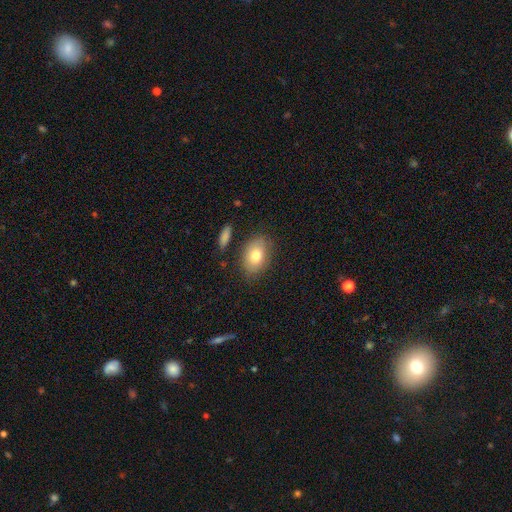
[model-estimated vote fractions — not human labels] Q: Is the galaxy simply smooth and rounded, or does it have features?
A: smooth — 78%.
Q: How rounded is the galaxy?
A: in between — 83%.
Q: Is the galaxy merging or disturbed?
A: none — 79%.